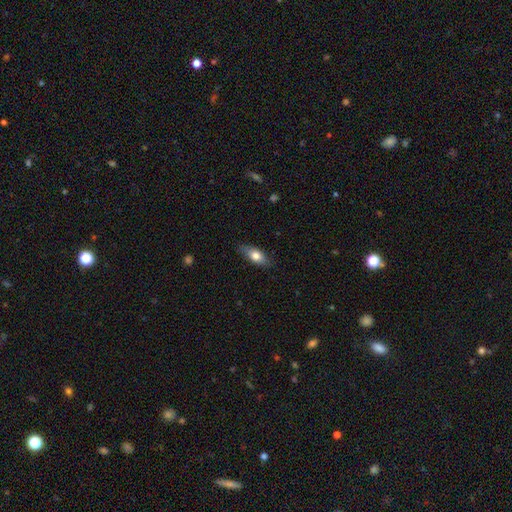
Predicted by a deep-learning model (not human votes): Morphology: type=smooth (72%); roundness=in between (77%); merging=none (82%).